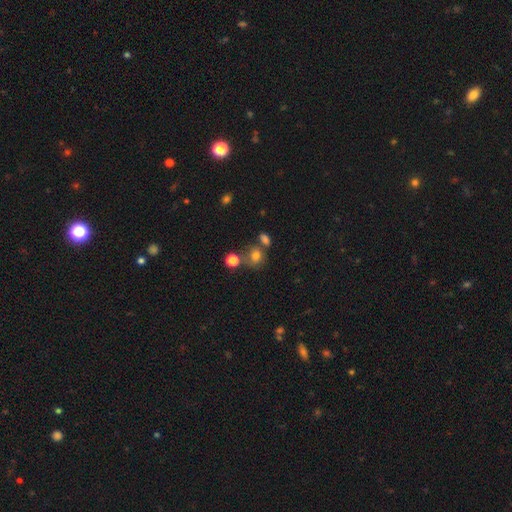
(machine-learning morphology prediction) Smooth or featured?
  - smooth: 75% *
  - star or artifact: 15%
  - featured or disk: 10%
How rounded?
  - round: 76% *
  - in between: 23%
  - cigar-shaped: 1%
Merging?
  - none: 59% *
  - merger: 22%
  - minor disturbance: 14%
  - major disturbance: 6%